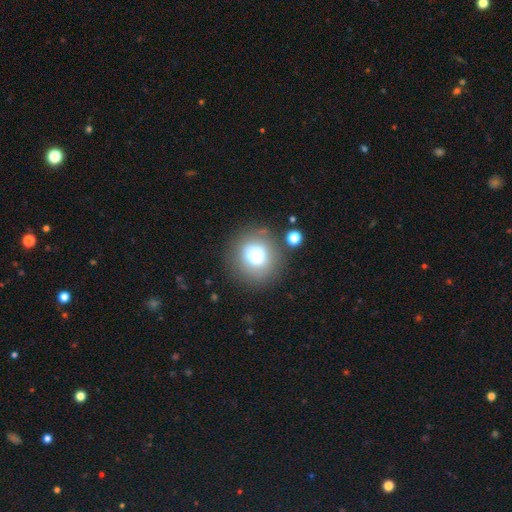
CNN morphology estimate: smooth 75%, featured or disk 13%, star or artifact 12%. Down the decision tree: how rounded — round (89%); merging — none (76%).